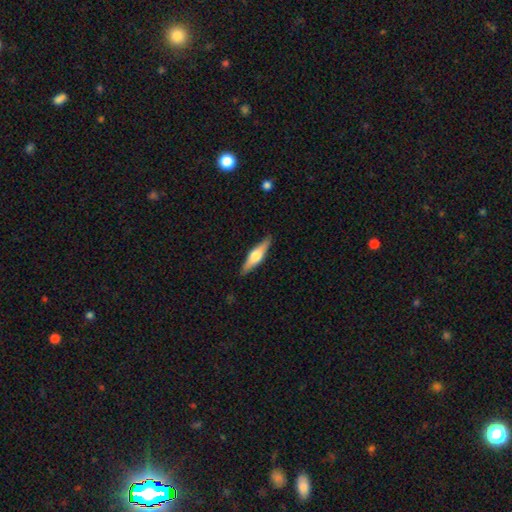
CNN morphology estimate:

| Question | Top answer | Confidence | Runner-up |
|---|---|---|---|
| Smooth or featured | featured or disk | 55% | smooth (40%) |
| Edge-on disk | yes | 95% | no (5%) |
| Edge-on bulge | rounded | 93% | boxy (5%) |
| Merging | none | 88% | minor disturbance (9%) |